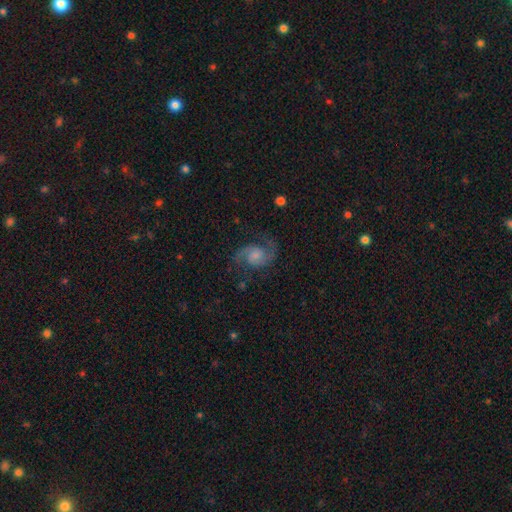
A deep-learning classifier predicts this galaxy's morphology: Smooth or featured? featured or disk (84%)
Edge-on disk? no (98%)
Bar? no (60%)
Spiral arms? yes (97%)
Spiral winding? medium (54%)
Spiral arm count? 2 (93%)
Bulge size? small (41%)
Merging? none (75%)